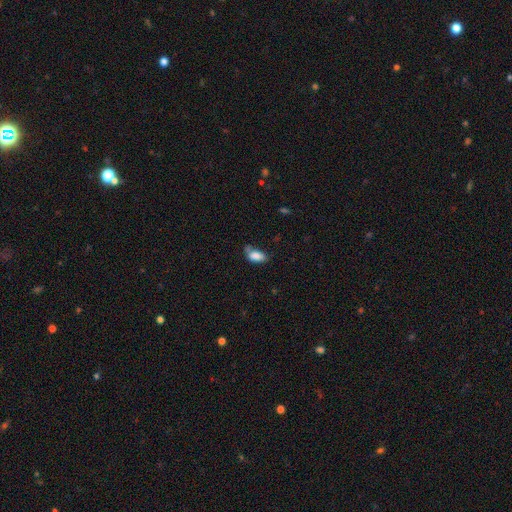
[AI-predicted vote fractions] A smooth galaxy with no disk features (83%) that is in between round and cigar-shaped (91%).

Vote fractions:
- Smooth or featured? smooth: 83% / star or artifact: 9% / featured or disk: 8%
- How rounded? in between: 91% / round: 5% / cigar-shaped: 4%
- Merging? none: 46% / minor disturbance: 27% / merger: 16% / major disturbance: 10%